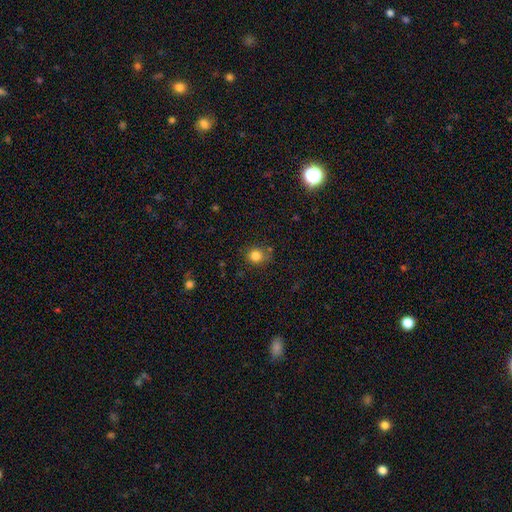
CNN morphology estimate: Overall: smooth (83%). How rounded: round (80%). Merging: none (73%).